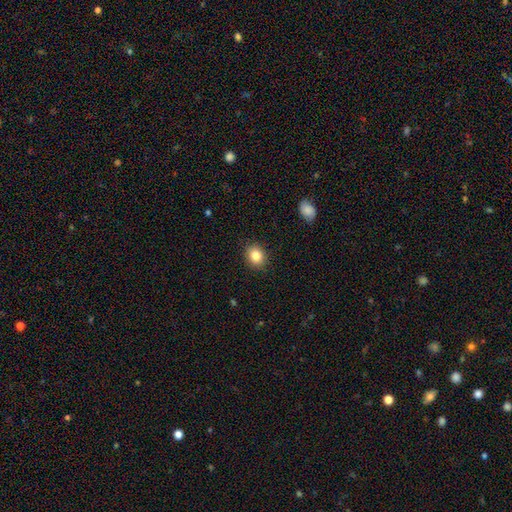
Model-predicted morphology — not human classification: smooth 84%, star or artifact 9%, featured or disk 7%. Down the decision tree: how rounded — round (59%); merging — none (89%).